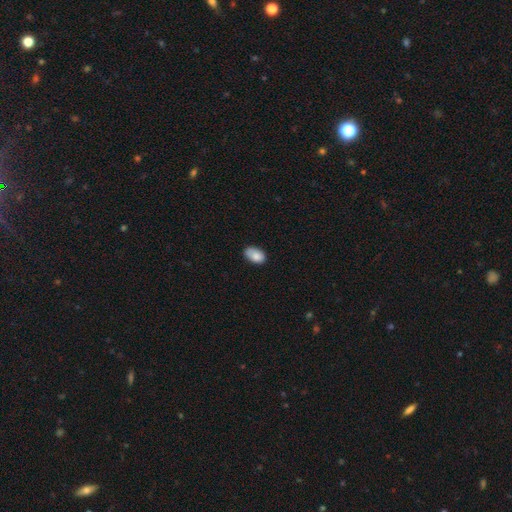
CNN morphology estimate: smooth 83%, featured or disk 9%, star or artifact 8%. Down the decision tree: how rounded — in between (90%); merging — none (67%).